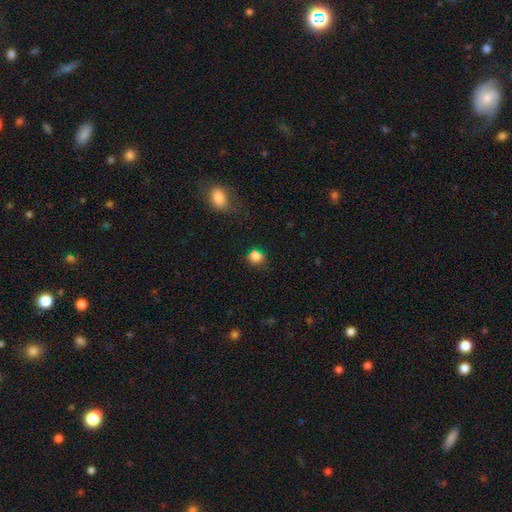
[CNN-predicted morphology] This appears to be a smooth galaxy with no disk features (82%) that is round (75%). Merging: none (67%).